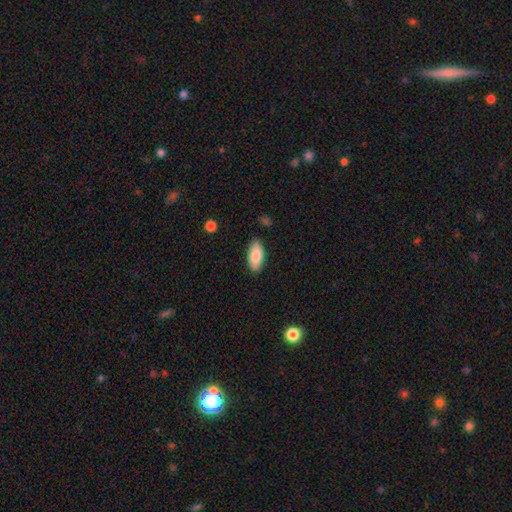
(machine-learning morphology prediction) smooth-or-featured: smooth: 85% | featured or disk: 9% | star or artifact: 6%
  how-rounded: in between: 89% | cigar-shaped: 9% | round: 2%
  merging: none: 87% | minor disturbance: 10% | major disturbance: 2% | merger: 1%